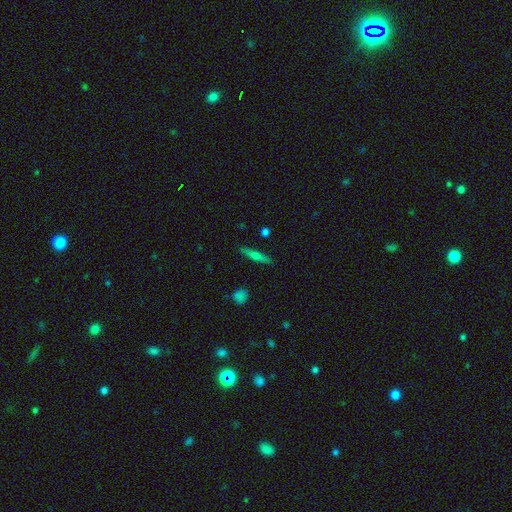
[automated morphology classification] smooth-or-featured: featured or disk: 47% | smooth: 44% | star or artifact: 9%
  merging: none: 89% | minor disturbance: 8% | major disturbance: 2% | merger: 2%